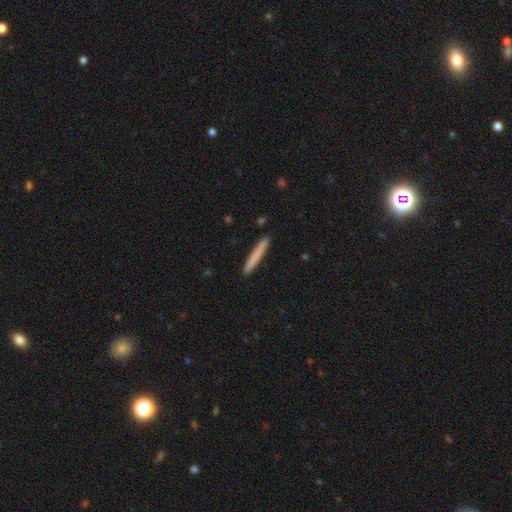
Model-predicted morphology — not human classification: Smooth or featured? Predicted: smooth (p=0.78). How rounded? Predicted: cigar-shaped (p=0.97). Merging? Predicted: none (p=0.91).